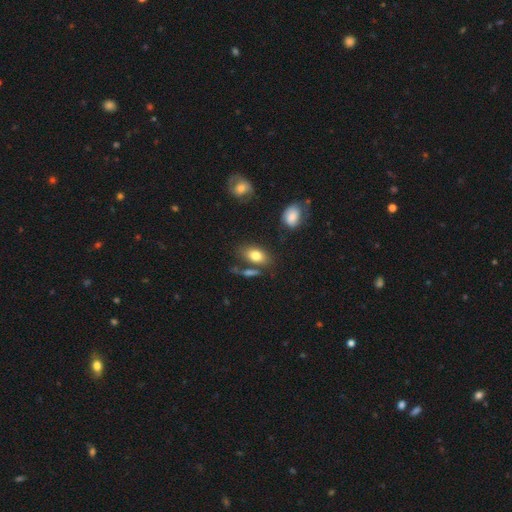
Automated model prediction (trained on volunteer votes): smooth_or_featured: smooth (p=0.79) [alt: featured or disk p=0.13]
how_rounded: in between (p=0.89) [alt: round p=0.08]
merging: none (p=0.67) [alt: minor disturbance p=0.15]